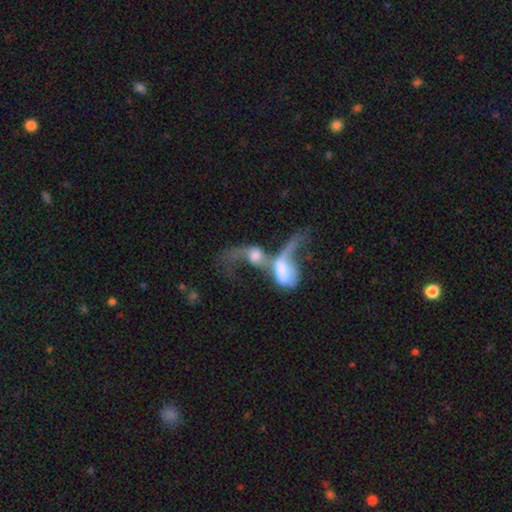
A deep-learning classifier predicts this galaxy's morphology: A featured or disk galaxy (63%) with no bar (60%), spiral arms (64%) and a moderate central bulge (42%). Merging: merger (80%).